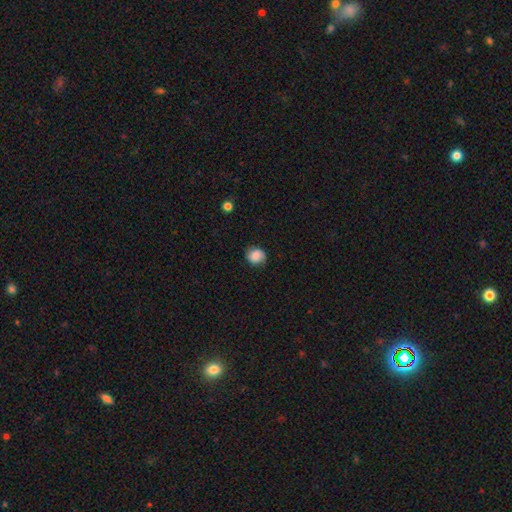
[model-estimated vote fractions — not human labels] smooth-or-featured: smooth: 76% | featured or disk: 14% | star or artifact: 9%
  how-rounded: round: 74% | in between: 25% | cigar-shaped: 1%
  merging: none: 76% | minor disturbance: 18% | major disturbance: 5% | merger: 1%